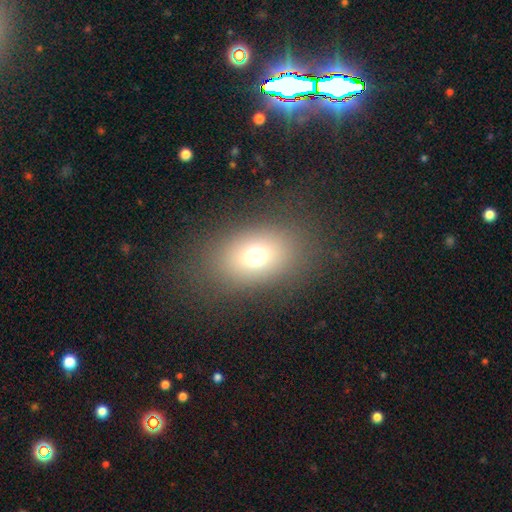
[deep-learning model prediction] Smooth or featured?
  - smooth: 70% *
  - star or artifact: 16%
  - featured or disk: 14%
How rounded?
  - in between: 72% *
  - round: 27%
  - cigar-shaped: 1%
Merging?
  - none: 82% *
  - minor disturbance: 10%
  - major disturbance: 7%
  - merger: 1%